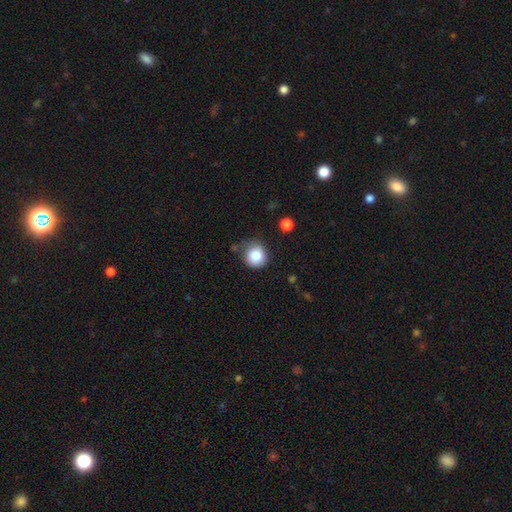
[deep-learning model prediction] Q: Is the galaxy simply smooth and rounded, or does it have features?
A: smooth — 84%.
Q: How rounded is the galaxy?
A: round — 90%.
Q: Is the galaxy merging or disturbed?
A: none — 69%.